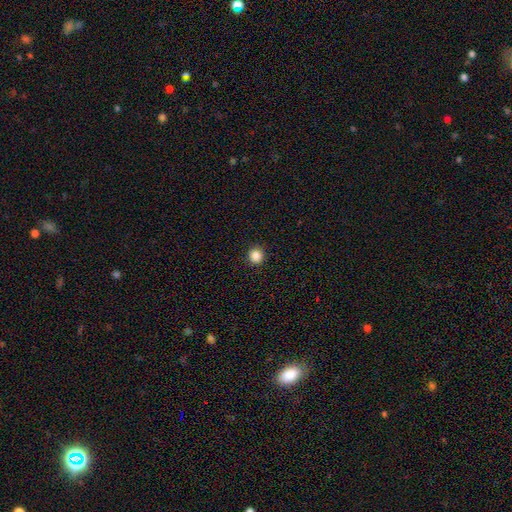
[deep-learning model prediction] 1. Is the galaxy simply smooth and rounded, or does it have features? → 87% smooth, 10% star or artifact, 3% featured or disk.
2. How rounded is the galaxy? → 93% round, 6% in between, 1% cigar-shaped.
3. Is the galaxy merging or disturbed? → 93% none, 4% minor disturbance, 2% major disturbance, 1% merger.